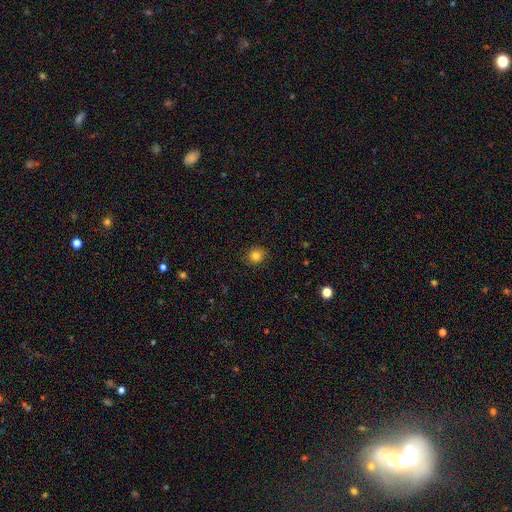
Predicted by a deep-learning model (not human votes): Smooth or featured?
  - smooth: 83% *
  - star or artifact: 12%
  - featured or disk: 5%
How rounded?
  - round: 88% *
  - in between: 12%
  - cigar-shaped: 1%
Merging?
  - none: 90% *
  - minor disturbance: 7%
  - major disturbance: 2%
  - merger: 1%